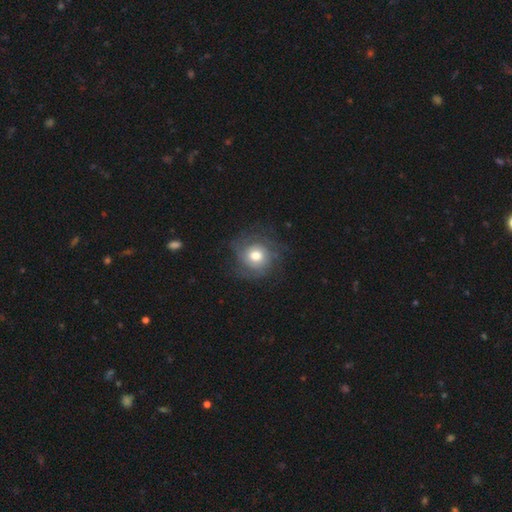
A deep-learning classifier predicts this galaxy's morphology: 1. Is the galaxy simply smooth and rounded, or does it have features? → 53% featured or disk, 38% smooth, 9% star or artifact.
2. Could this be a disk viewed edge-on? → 97% no, 3% yes.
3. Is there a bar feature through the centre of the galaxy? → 81% no, 17% weak, 3% strong.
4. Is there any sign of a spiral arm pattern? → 80% yes, 20% no.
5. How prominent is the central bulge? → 56% moderate, 35% large, 5% small, 3% dominant, 1% none.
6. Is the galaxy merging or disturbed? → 70% none, 16% minor disturbance, 12% major disturbance, 1% merger.